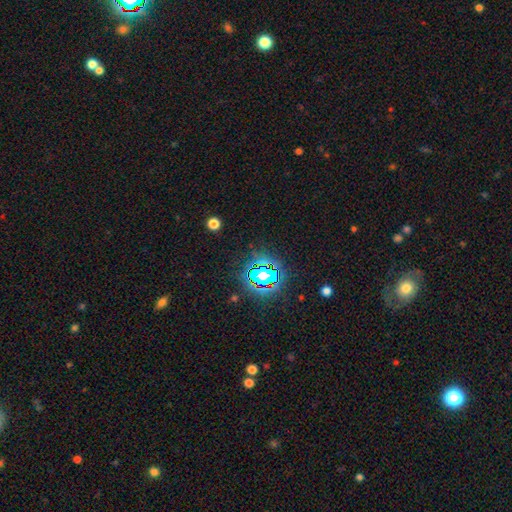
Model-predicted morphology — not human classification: Overall: star or artifact (81%).